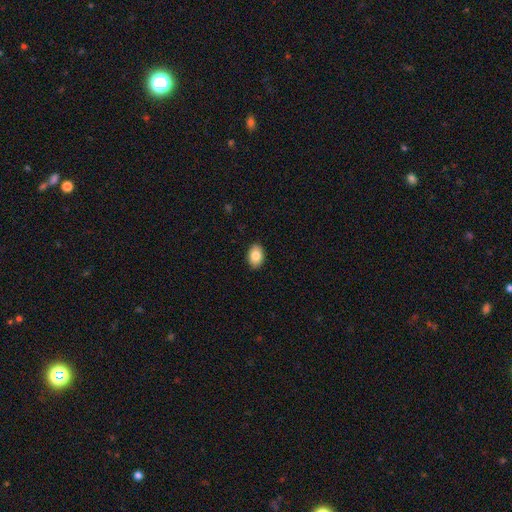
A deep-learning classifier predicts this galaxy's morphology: A smooth galaxy with no disk features (85%) that is in between round and cigar-shaped (86%). Merging: none (90%).